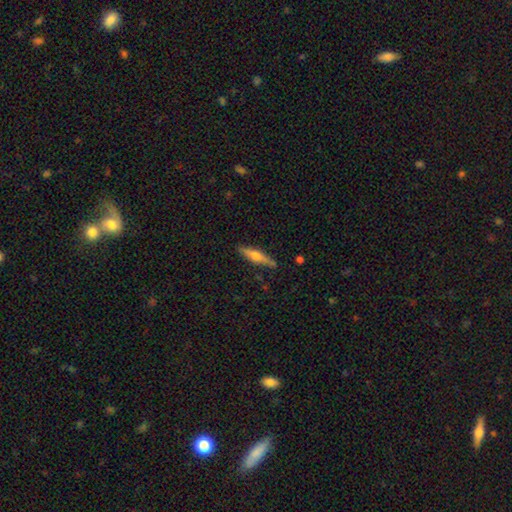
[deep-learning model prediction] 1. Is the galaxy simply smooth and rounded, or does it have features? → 54% featured or disk, 40% smooth, 6% star or artifact.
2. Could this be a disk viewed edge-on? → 95% yes, 5% no.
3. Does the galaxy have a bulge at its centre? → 88% rounded, 7% boxy, 5% none.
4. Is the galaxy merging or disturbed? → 86% none, 10% minor disturbance, 2% major disturbance, 1% merger.